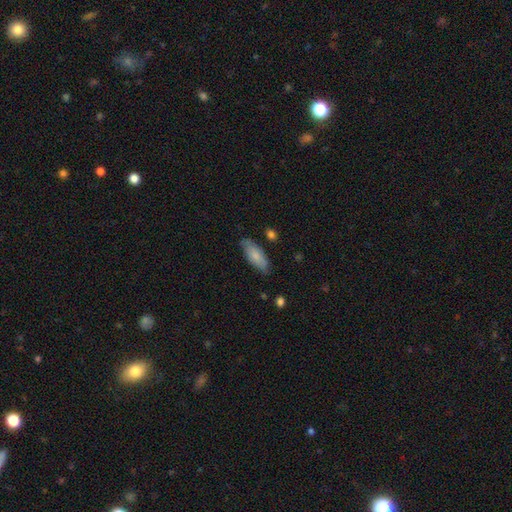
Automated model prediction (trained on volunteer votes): Smooth or featured: smooth — 76% (featured or disk — 18%)
How rounded: in between — 75% (cigar-shaped — 23%)
Merging: none — 76% (minor disturbance — 19%)